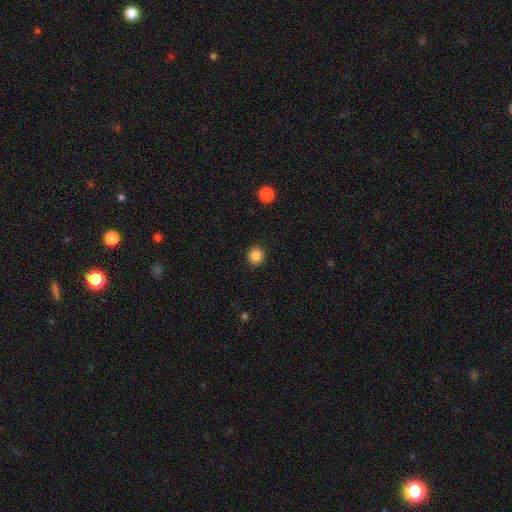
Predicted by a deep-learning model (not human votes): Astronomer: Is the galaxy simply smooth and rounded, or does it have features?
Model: smooth — 85%.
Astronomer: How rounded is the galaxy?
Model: round — 92%.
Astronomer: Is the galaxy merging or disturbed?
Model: none — 91%.